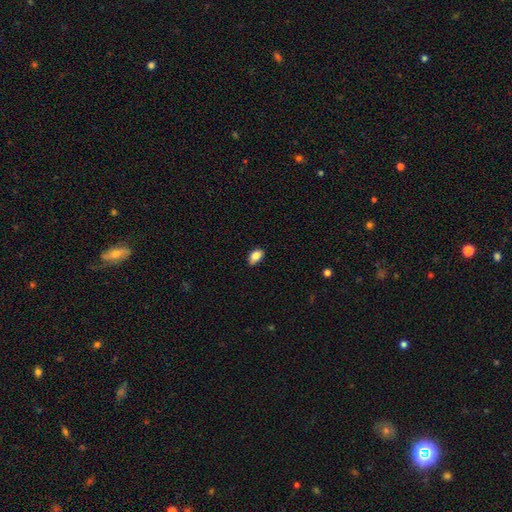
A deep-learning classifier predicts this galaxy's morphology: A smooth galaxy with no disk features (84%) that is in between round and cigar-shaped (89%). Merging: none (81%).